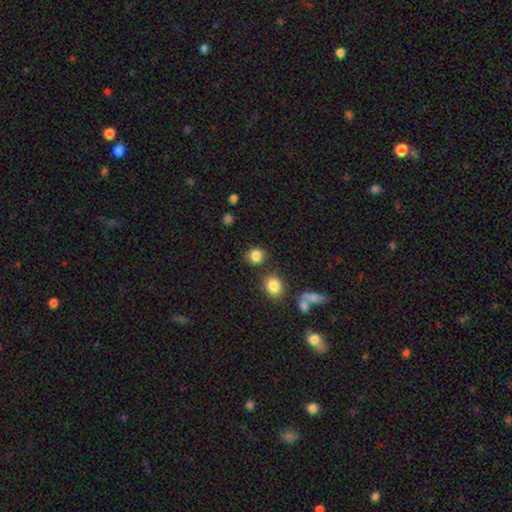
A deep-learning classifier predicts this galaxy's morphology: A smooth galaxy with no disk features (85%) that is round (86%).

Vote fractions:
- Smooth or featured? smooth: 85% / star or artifact: 11% / featured or disk: 5%
- How rounded? round: 86% / in between: 13% / cigar-shaped: 1%
- Merging? none: 80% / minor disturbance: 9% / merger: 7% / major disturbance: 4%